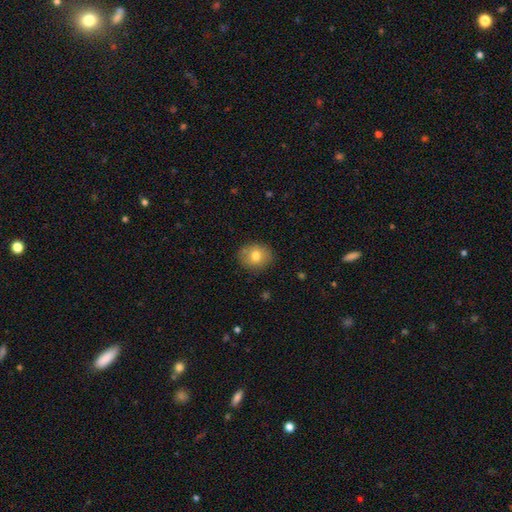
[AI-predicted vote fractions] Morphology: type=smooth (77%); roundness=round (70%); merging=none (83%).